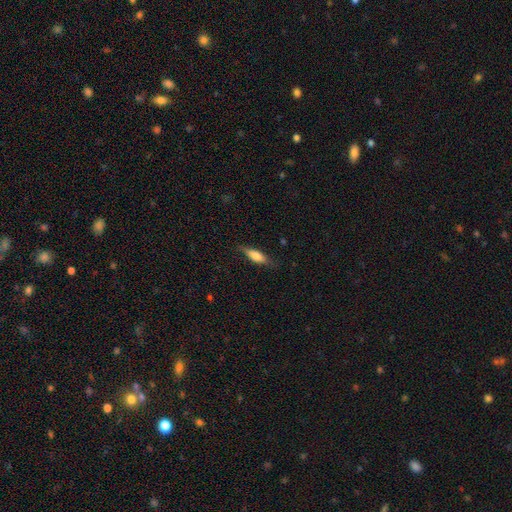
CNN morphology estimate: This is likely a smooth galaxy (71%). How rounded: possibly cigar-shaped (50%). Merging: likely none (76%).